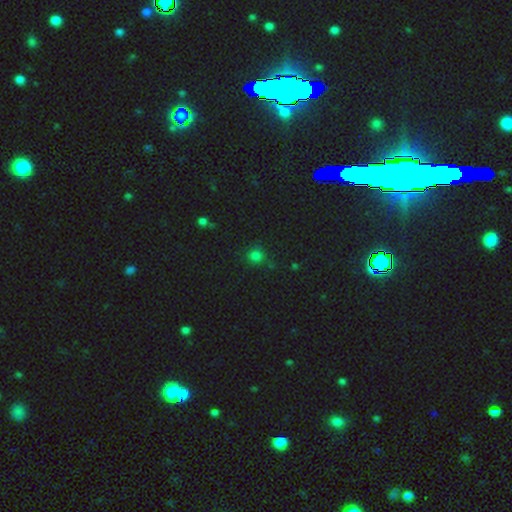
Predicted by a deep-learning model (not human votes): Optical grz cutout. It shows a smooth galaxy with no disk features (73%) that is round (90%). Merging: none (82%).